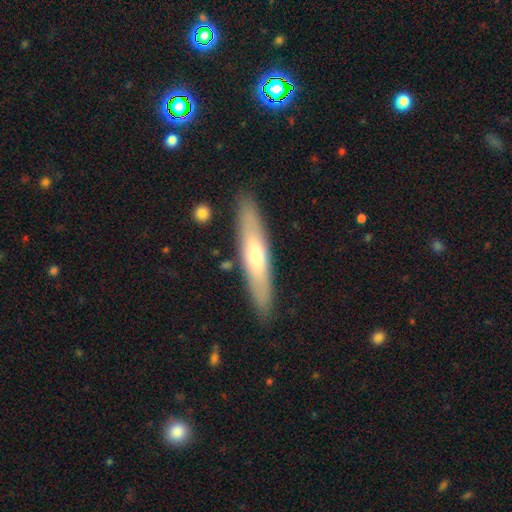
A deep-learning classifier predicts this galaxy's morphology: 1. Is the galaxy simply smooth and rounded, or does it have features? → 52% smooth, 42% featured or disk, 6% star or artifact.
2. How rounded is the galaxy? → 85% cigar-shaped, 14% in between, 1% round.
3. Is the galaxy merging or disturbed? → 88% none, 8% minor disturbance, 2% major disturbance, 2% merger.